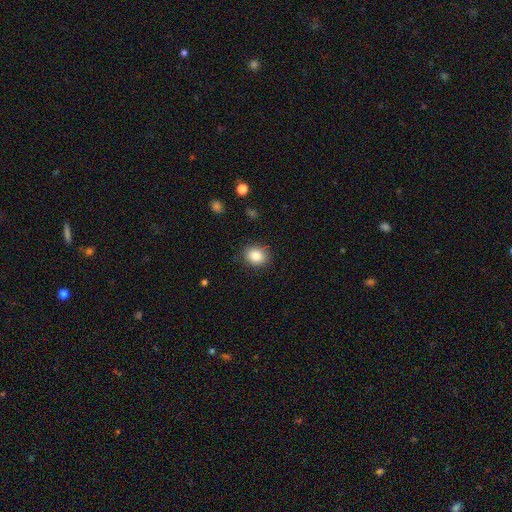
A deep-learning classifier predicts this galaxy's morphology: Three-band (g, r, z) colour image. It shows a smooth galaxy with no disk features (86%) that is round (52%). Merging: none (87%).